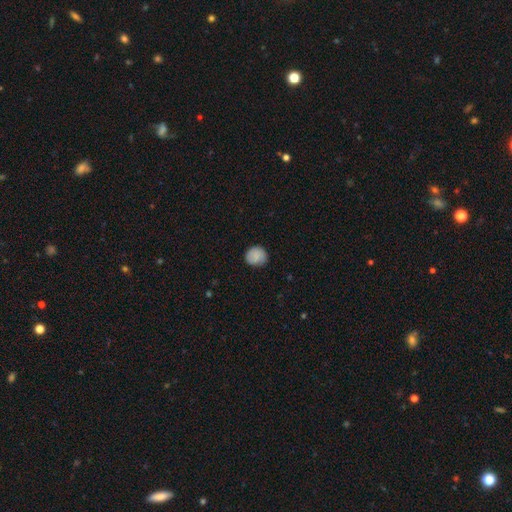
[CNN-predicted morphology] Smooth or featured? Predicted: smooth (p=0.83). How rounded? Predicted: round (p=0.85). Merging? Predicted: none (p=0.83).